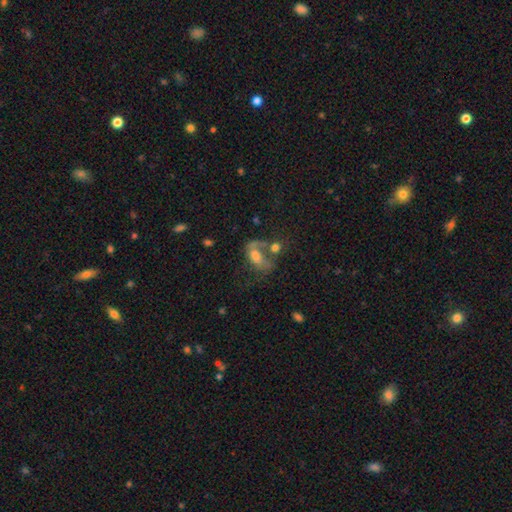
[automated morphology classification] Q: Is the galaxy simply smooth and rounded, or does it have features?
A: featured or disk — 48%.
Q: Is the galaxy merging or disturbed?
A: merger — 36%.